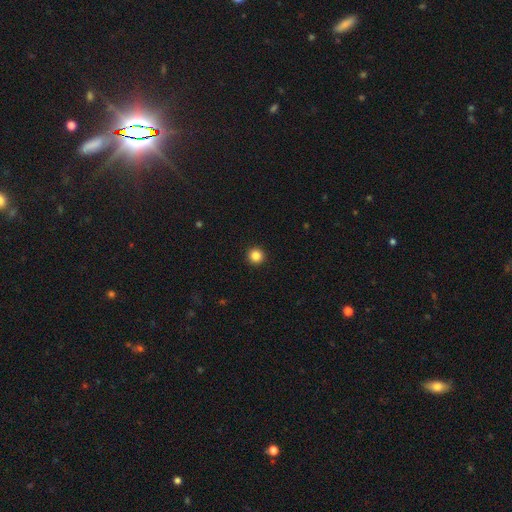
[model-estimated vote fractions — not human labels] A smooth galaxy with no disk features (85%) that is round (96%). Merging: none (94%).